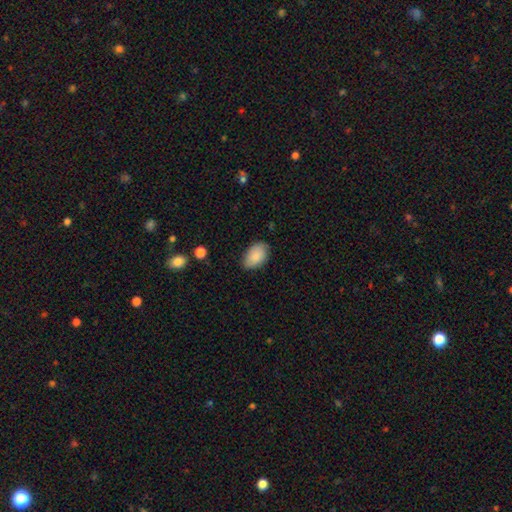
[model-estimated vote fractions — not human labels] Morphology: type=smooth (87%); roundness=in between (92%); merging=none (79%).